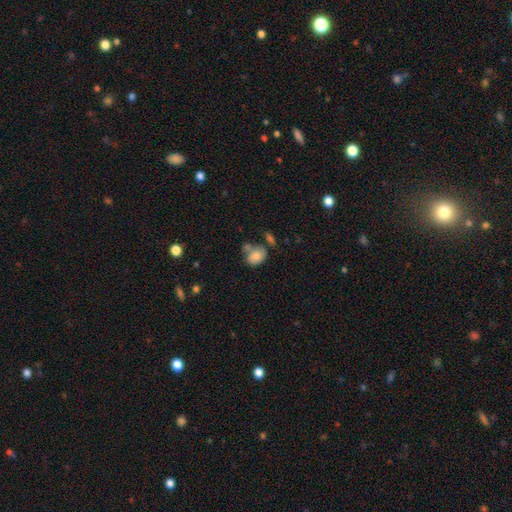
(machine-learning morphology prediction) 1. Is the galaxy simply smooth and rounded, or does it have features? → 79% smooth, 13% featured or disk, 9% star or artifact.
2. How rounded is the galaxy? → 62% in between, 37% round, 1% cigar-shaped.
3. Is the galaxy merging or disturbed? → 48% none, 24% merger, 21% minor disturbance, 7% major disturbance.